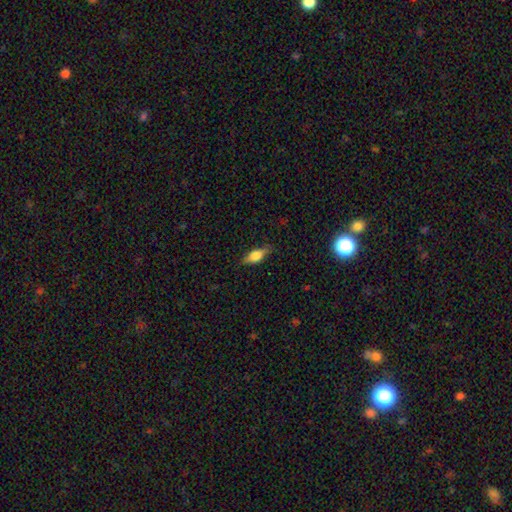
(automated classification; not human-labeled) A smooth galaxy with no disk features (69%) that is in between round and cigar-shaped (77%). Merging: none (79%).